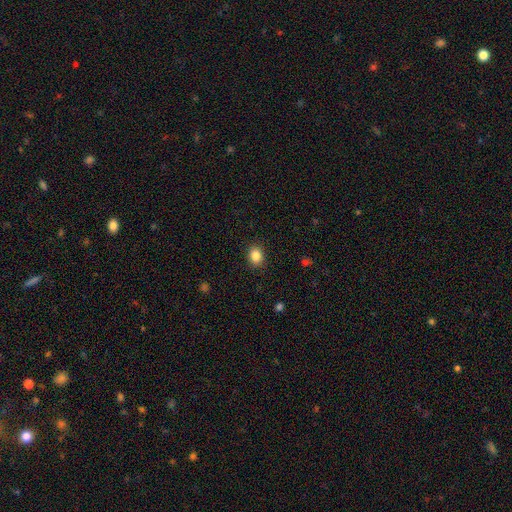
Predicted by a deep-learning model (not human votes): smooth_or_featured: smooth (p=0.86) [alt: star or artifact p=0.10]
how_rounded: in between (p=0.52) [alt: round p=0.47]
merging: none (p=0.89) [alt: minor disturbance p=0.07]